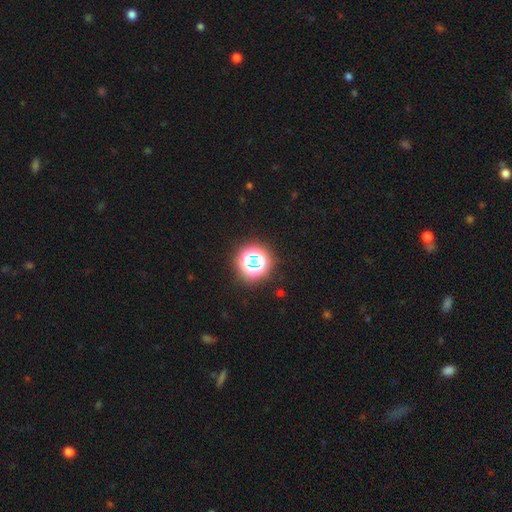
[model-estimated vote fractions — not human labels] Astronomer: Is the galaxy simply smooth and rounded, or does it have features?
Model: star or artifact — 62%.